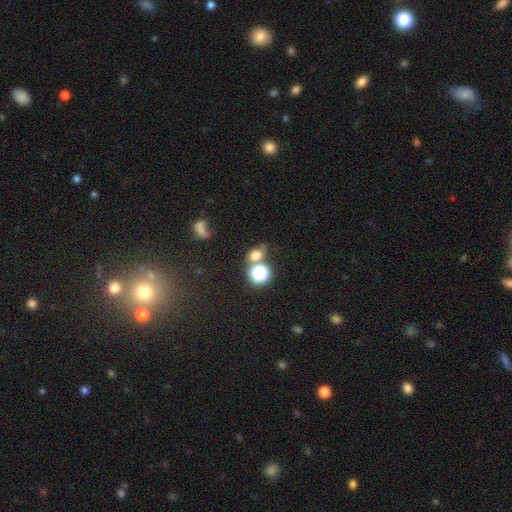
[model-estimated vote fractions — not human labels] A smooth galaxy with no disk features (67%) that is round (63%).

Vote fractions:
- Smooth or featured? smooth: 67% / star or artifact: 23% / featured or disk: 10%
- How rounded? round: 63% / in between: 35% / cigar-shaped: 2%
- Merging? none: 51% / merger: 29% / minor disturbance: 12% / major disturbance: 8%